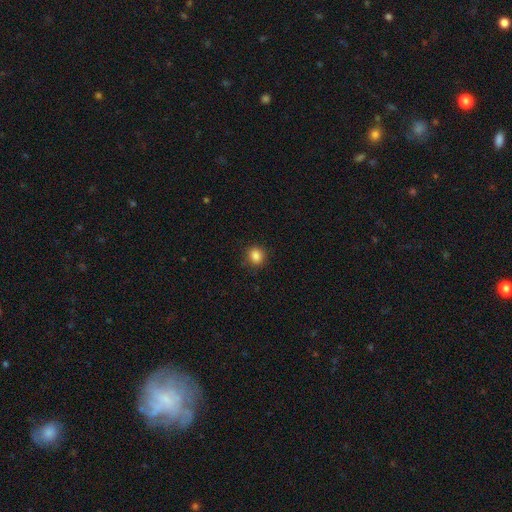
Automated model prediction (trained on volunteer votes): smooth_or_featured: smooth (p=0.85) [alt: star or artifact p=0.11]
how_rounded: round (p=0.82) [alt: in between p=0.17]
merging: none (p=0.89) [alt: minor disturbance p=0.08]